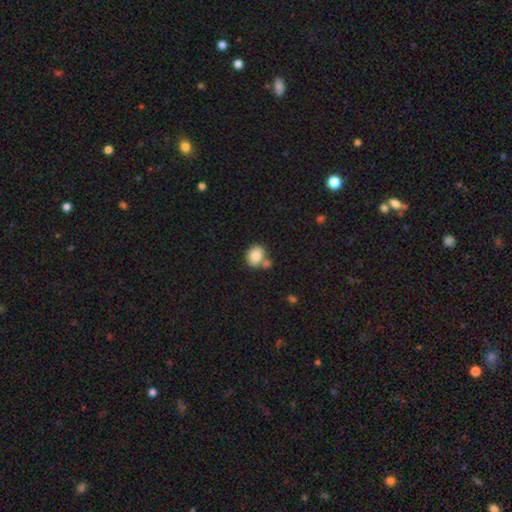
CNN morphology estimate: Q: Smooth or featured?
A: smooth (86%); runner-up: star or artifact (8%)
Q: How rounded?
A: in between (53%); runner-up: round (46%)
Q: Merging?
A: none (53%); runner-up: merger (29%)